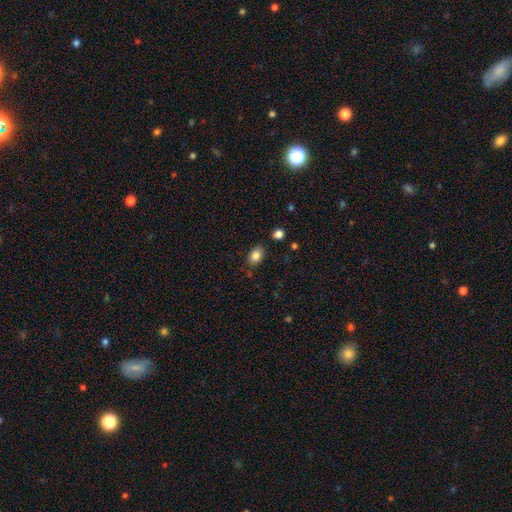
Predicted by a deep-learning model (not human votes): Smooth or featured? smooth (84%)
How rounded? in between (82%)
Merging? none (81%)